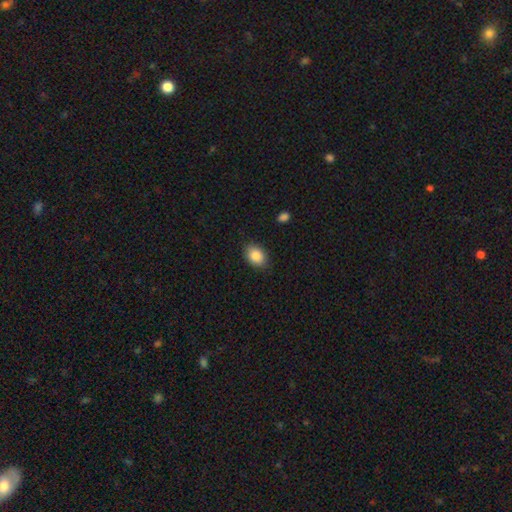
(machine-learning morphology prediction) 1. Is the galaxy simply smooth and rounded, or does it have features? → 87% smooth, 8% star or artifact, 5% featured or disk.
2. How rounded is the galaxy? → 76% in between, 23% round, 1% cigar-shaped.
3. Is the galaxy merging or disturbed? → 86% none, 10% minor disturbance, 2% major disturbance, 1% merger.